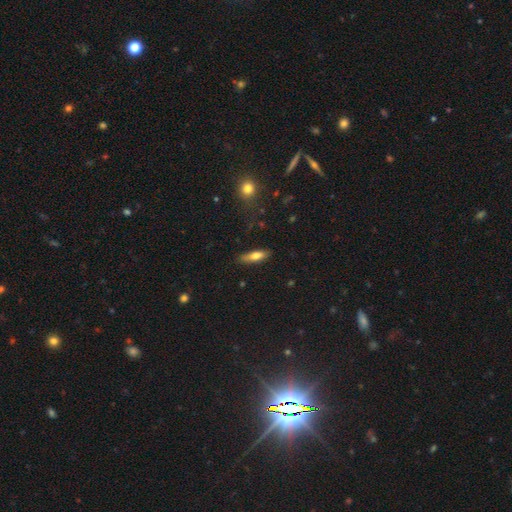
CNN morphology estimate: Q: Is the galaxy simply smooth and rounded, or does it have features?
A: smooth — 68%.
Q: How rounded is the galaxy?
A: cigar-shaped — 55%.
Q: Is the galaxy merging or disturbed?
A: none — 85%.